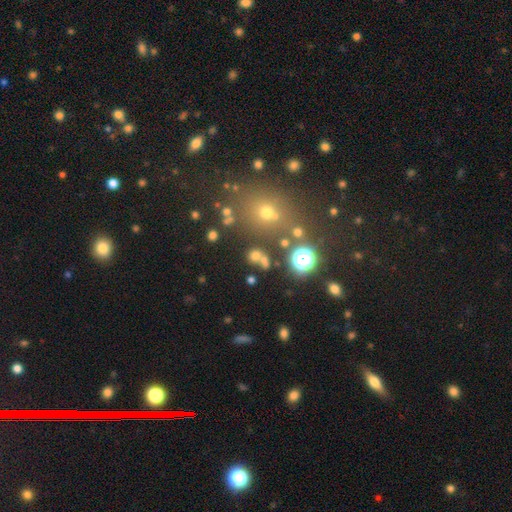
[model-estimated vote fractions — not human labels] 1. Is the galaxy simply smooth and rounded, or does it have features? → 62% smooth, 28% star or artifact, 11% featured or disk.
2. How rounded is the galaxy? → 77% round, 21% in between, 2% cigar-shaped.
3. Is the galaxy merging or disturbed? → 59% none, 25% merger, 10% minor disturbance, 6% major disturbance.